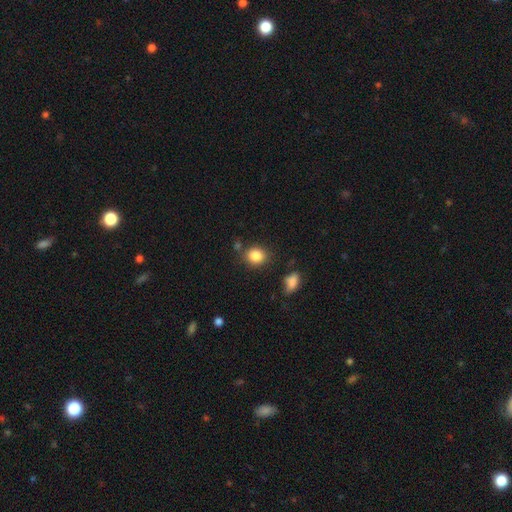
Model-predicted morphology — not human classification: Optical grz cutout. It shows a smooth galaxy with no disk features (86%) that is round (69%). Merging: none (79%).